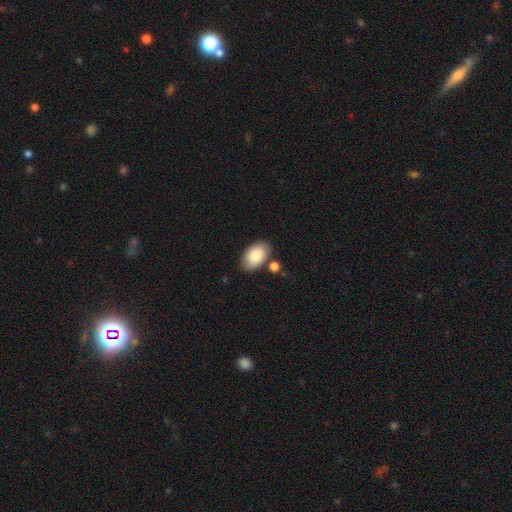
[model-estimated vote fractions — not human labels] The model was most divided on "merging": none: 74%, minor disturbance: 13%, merger: 9%, major disturbance: 4%. More confident: how rounded — in between (93%); smooth or featured — smooth (85%).